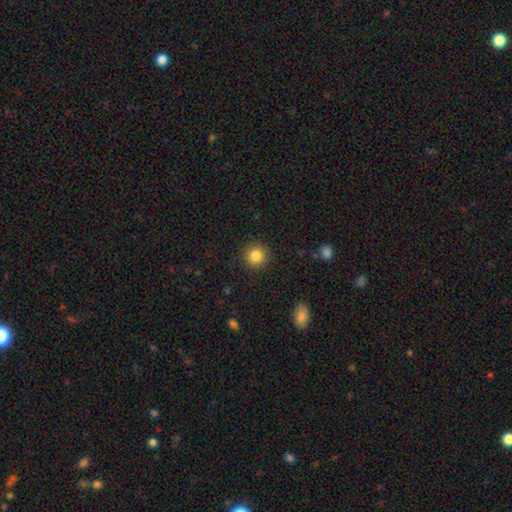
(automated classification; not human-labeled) Smooth or featured? smooth (85%)
How rounded? round (94%)
Merging? none (90%)